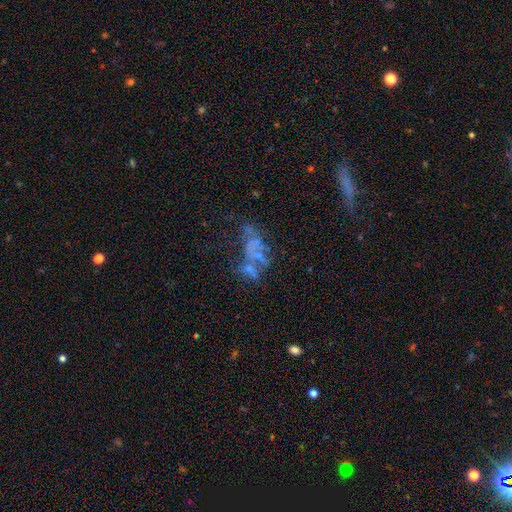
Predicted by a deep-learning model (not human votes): This is possibly a featured or disk galaxy (53%). It is clearly not viewed edge-on (94%). Bar: clearly no (87%). Spiral arm pattern: clearly no (81%). Central bulge: likely none (71%). Merging: marginally major disturbance (31%).